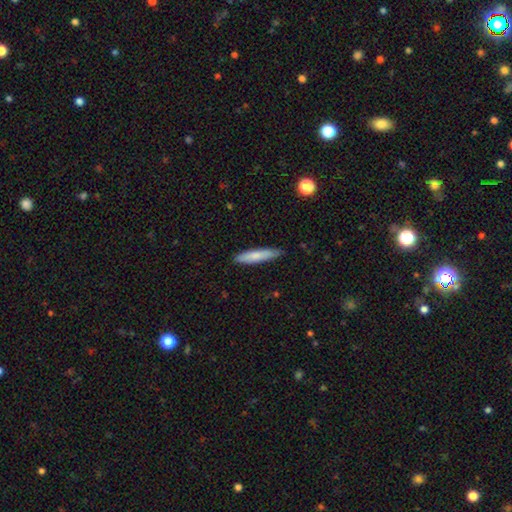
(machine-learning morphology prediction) type=smooth (76%); roundness=cigar-shaped (87%); merging=none (84%).